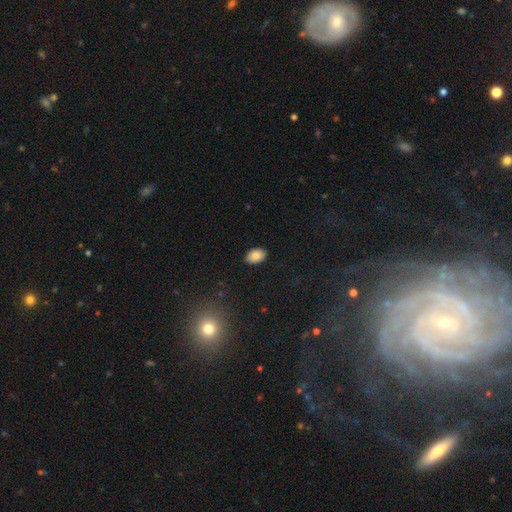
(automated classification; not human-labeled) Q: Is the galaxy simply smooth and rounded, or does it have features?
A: smooth — 86%.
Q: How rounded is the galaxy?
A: in between — 89%.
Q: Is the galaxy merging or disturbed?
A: none — 88%.